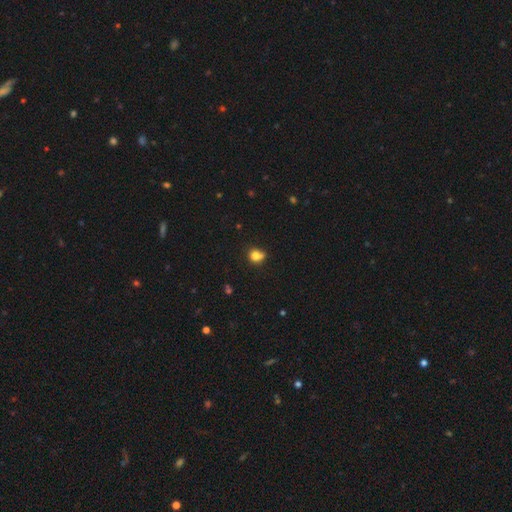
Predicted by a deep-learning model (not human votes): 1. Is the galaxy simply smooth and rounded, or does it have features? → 79% smooth, 12% star or artifact, 9% featured or disk.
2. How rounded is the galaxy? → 74% round, 25% in between, 1% cigar-shaped.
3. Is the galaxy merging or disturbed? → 54% none, 25% minor disturbance, 14% merger, 8% major disturbance.